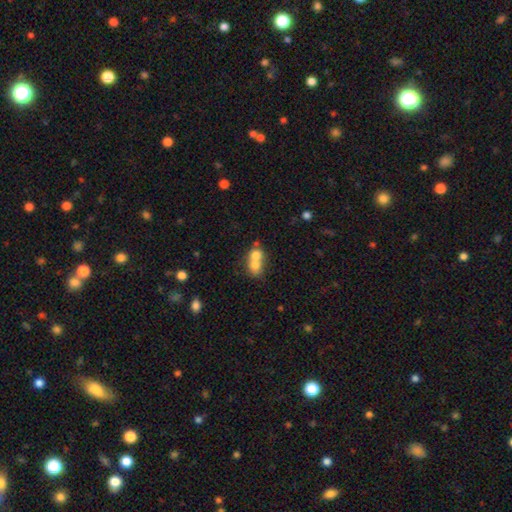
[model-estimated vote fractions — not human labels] Morphology: type=smooth (70%); roundness=round (55%); merging=merger (72%).